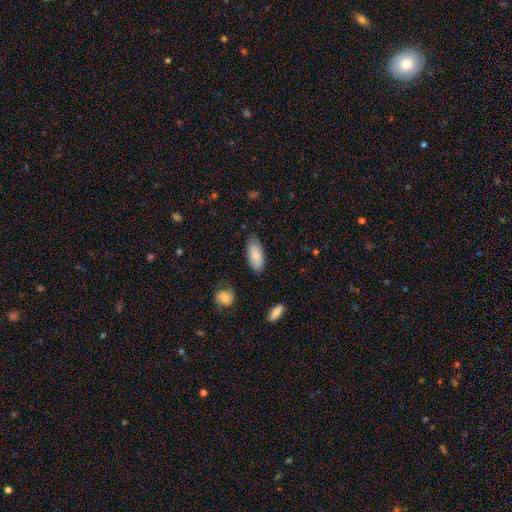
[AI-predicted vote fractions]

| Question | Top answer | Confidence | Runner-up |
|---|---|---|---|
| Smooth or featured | smooth | 82% | featured or disk (12%) |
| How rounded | in between | 85% | cigar-shaped (13%) |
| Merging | none | 80% | minor disturbance (15%) |